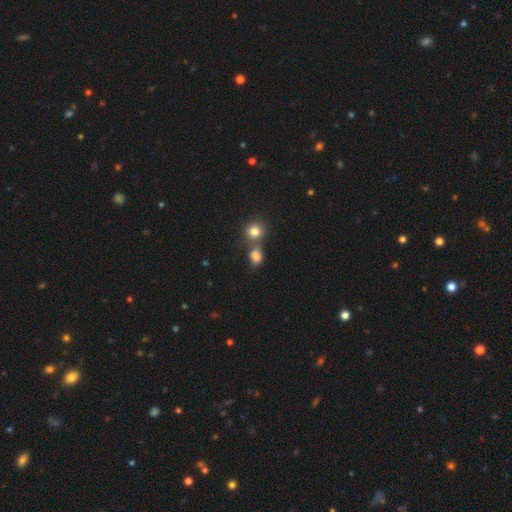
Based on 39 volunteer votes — Smooth or featured?
  - smooth: 79% *
  - featured or disk: 13%
  - star or artifact: 8%
How rounded?
  - in between: 65% *
  - round: 35%
  - cigar-shaped: 0%
Merging?
  - merger: 50% *
  - none: 22%
  - minor disturbance: 22%
  - major disturbance: 6%